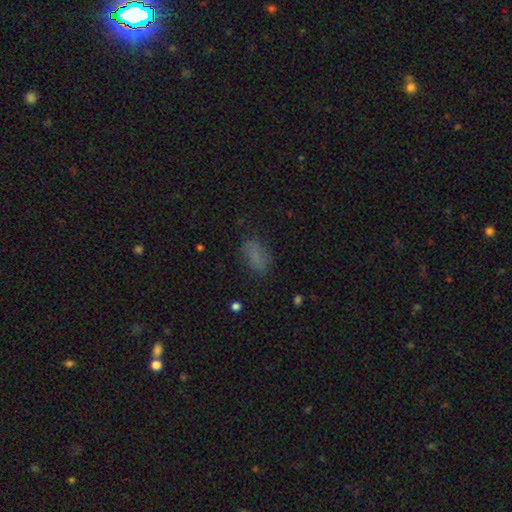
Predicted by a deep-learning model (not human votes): The model was most divided on "merging": none: 74%, minor disturbance: 17%, major disturbance: 7%, merger: 2%. More confident: how rounded — in between (89%); smooth or featured — smooth (77%).